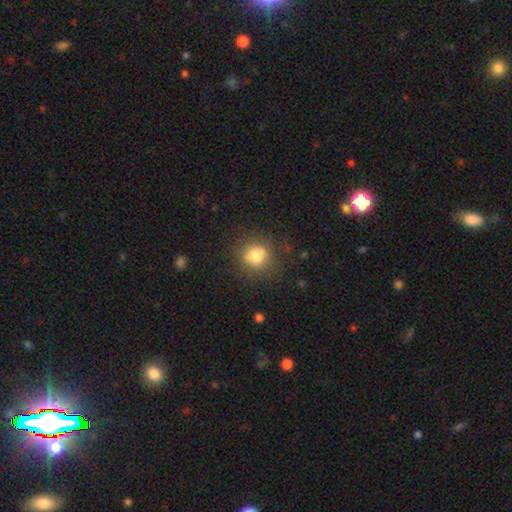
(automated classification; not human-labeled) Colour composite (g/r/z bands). It shows a smooth galaxy with no disk features (75%) that is round (79%). Merging: none (79%).